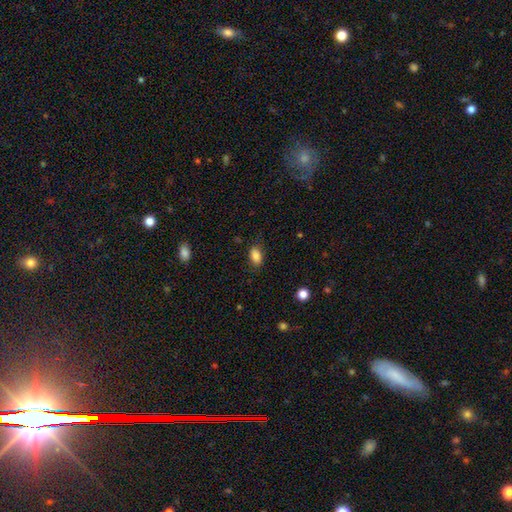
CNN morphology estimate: Overall: smooth (85%). How rounded: in between (87%). Merging: none (79%).